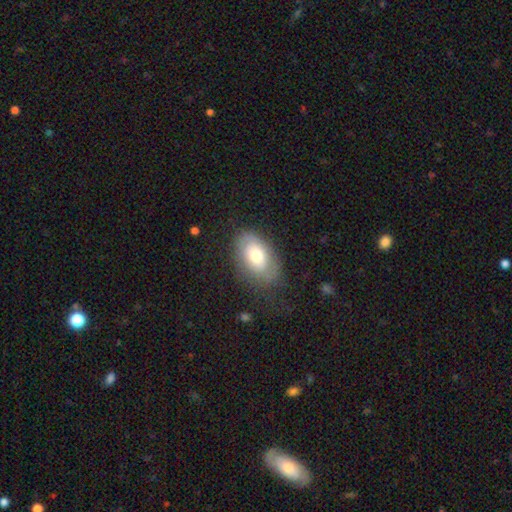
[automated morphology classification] A smooth galaxy with no disk features (60%) that is in between round and cigar-shaped (87%). Merging: none (65%).